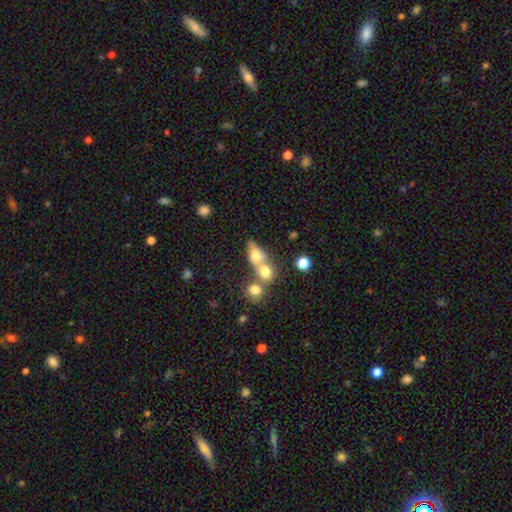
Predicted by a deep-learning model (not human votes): smooth-or-featured: smooth: 70% | featured or disk: 18% | star or artifact: 12%
  how-rounded: in between: 55% | round: 38% | cigar-shaped: 7%
  merging: merger: 57% | none: 28% | minor disturbance: 9% | major disturbance: 6%